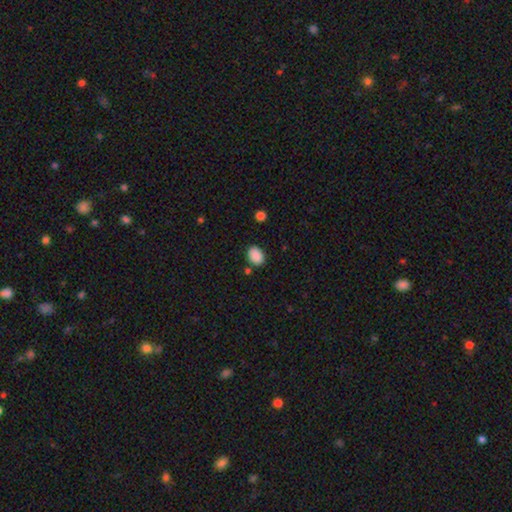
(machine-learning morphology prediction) The model was most divided on "how rounded": in between: 70%, round: 29%, cigar-shaped: 1%. More confident: smooth or featured — smooth (89%); merging — none (83%).